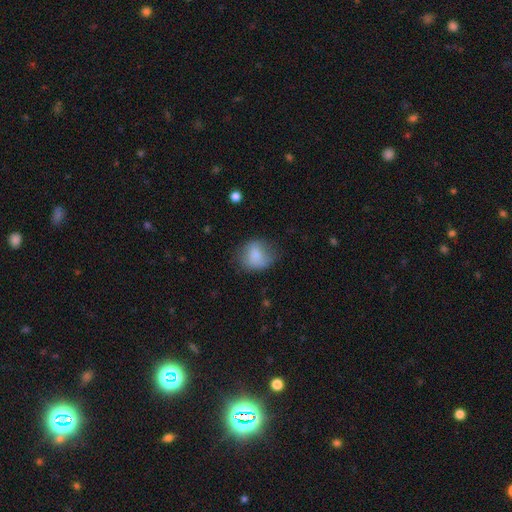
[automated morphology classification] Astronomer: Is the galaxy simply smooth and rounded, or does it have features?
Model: smooth — 79%.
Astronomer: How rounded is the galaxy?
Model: round — 64%.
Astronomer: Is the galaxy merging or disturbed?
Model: none — 60%.